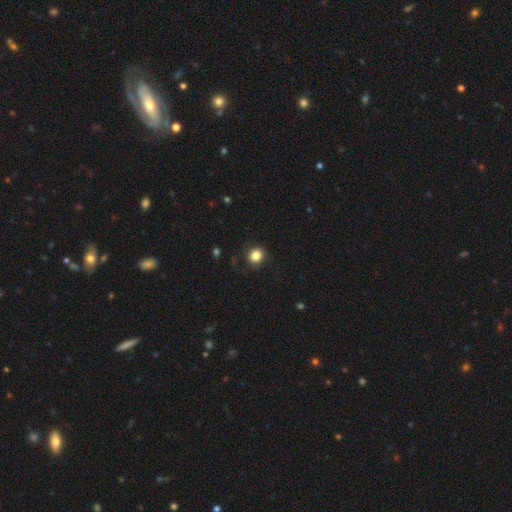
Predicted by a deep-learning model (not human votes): A smooth galaxy with no disk features (85%) that is round (78%).

Vote fractions:
- Smooth or featured? smooth: 85% / star or artifact: 11% / featured or disk: 5%
- How rounded? round: 78% / in between: 21% / cigar-shaped: 1%
- Merging? none: 87% / minor disturbance: 10% / major disturbance: 3% / merger: 1%